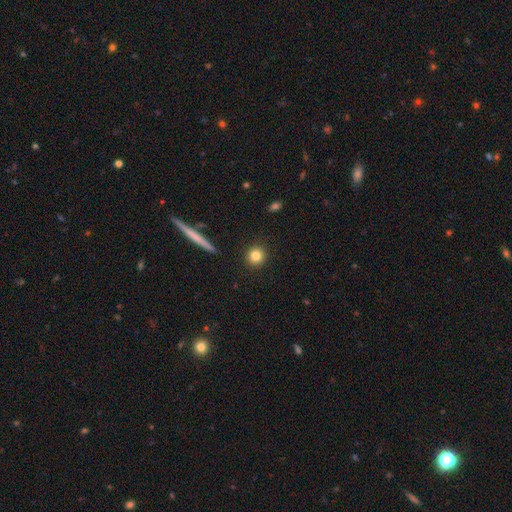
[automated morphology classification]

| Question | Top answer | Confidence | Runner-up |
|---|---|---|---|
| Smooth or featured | smooth | 83% | star or artifact (10%) |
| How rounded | round | 92% | in between (6%) |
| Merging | none | 92% | minor disturbance (5%) |